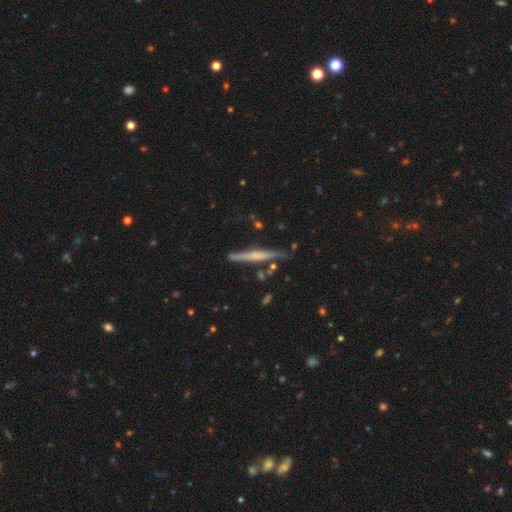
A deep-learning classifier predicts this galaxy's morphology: A featured or disk galaxy (61%) viewed edge-on (96%) with no central bulge (44%).

Vote fractions:
- Smooth or featured? featured or disk: 61% / smooth: 33% / star or artifact: 6%
- Edge-on disk? yes: 96% / no: 4%
- Edge-on bulge? none: 44% / rounded: 42% / boxy: 14%
- Merging? none: 78% / minor disturbance: 15% / merger: 5% / major disturbance: 3%